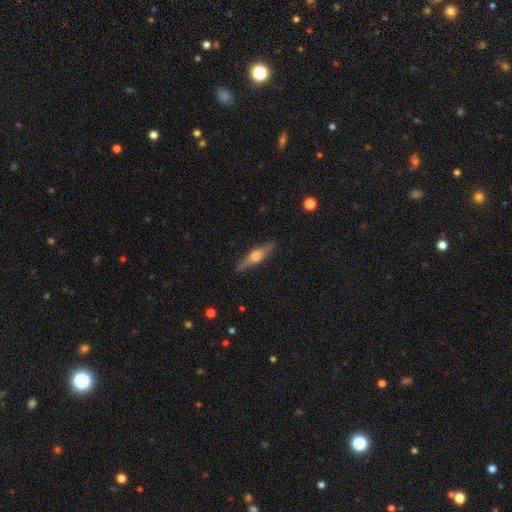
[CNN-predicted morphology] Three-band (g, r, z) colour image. It shows a featured or disk galaxy (71%) viewed edge-on (97%) with a rounded central bulge (91%). Merging: none (88%).